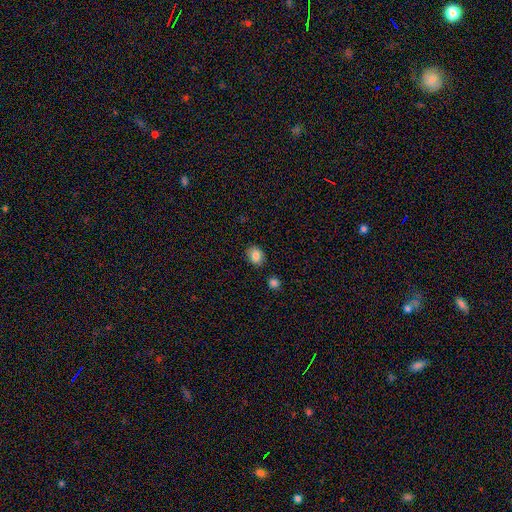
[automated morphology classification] A smooth galaxy with no disk features (85%) that is in between round and cigar-shaped (60%). Merging: none (84%).